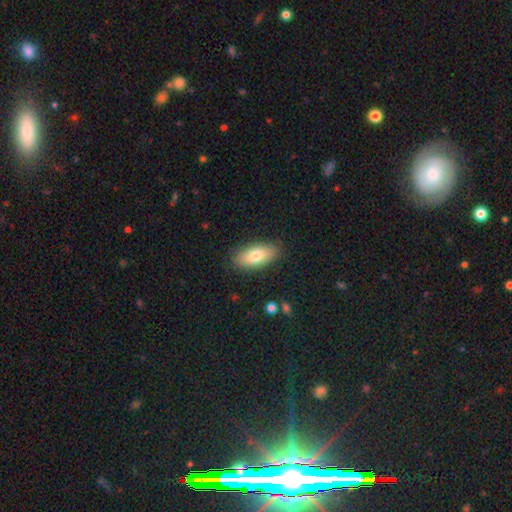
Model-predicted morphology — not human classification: This is likely a smooth galaxy (76%). How rounded: clearly in between (84%). Merging: clearly none (86%).